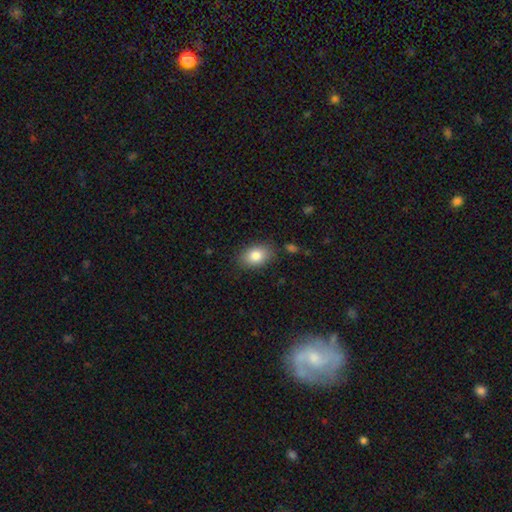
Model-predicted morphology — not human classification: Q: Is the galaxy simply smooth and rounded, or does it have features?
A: smooth — 83%.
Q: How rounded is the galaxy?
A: in between — 84%.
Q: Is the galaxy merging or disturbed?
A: none — 84%.